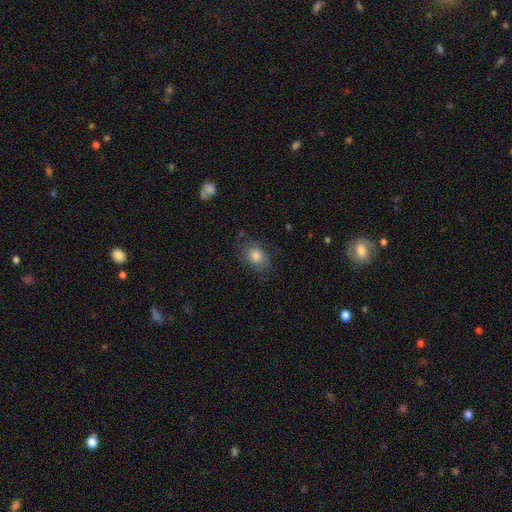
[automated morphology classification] Q: Smooth or featured?
A: smooth (76%); runner-up: featured or disk (15%)
Q: How rounded?
A: in between (74%); runner-up: round (25%)
Q: Merging?
A: none (74%); runner-up: minor disturbance (19%)